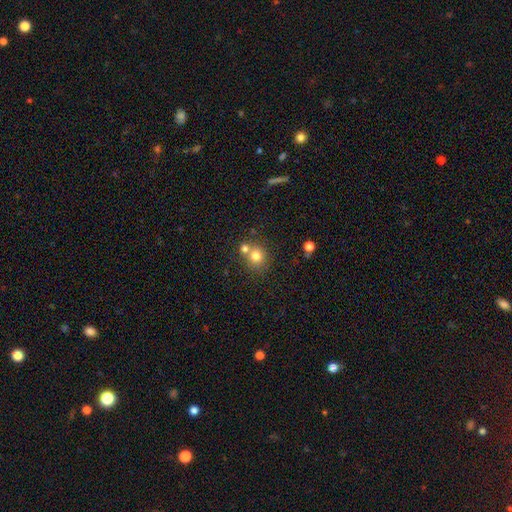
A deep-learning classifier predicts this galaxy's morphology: Q: Smooth or featured?
A: smooth (77%); runner-up: star or artifact (13%)
Q: How rounded?
A: round (87%); runner-up: in between (12%)
Q: Merging?
A: none (56%); runner-up: merger (32%)